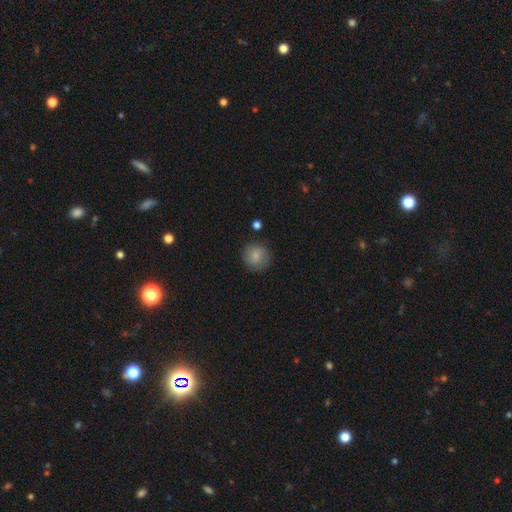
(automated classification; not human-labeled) Q: Smooth or featured?
A: smooth (81%); runner-up: featured or disk (11%)
Q: How rounded?
A: round (91%); runner-up: in between (8%)
Q: Merging?
A: none (85%); runner-up: minor disturbance (10%)